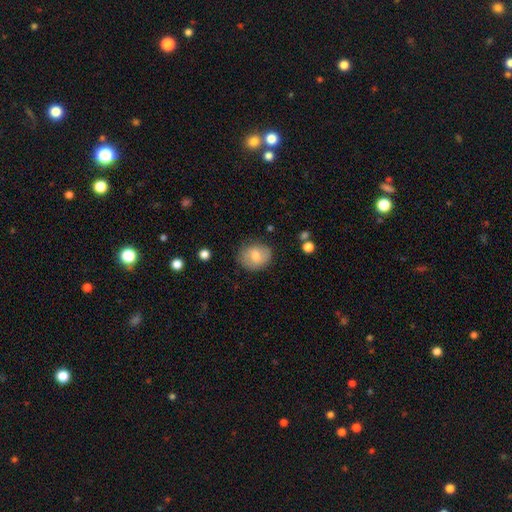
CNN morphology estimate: Q: Smooth or featured?
A: smooth (67%); runner-up: featured or disk (25%)
Q: How rounded?
A: round (66%); runner-up: in between (33%)
Q: Merging?
A: none (81%); runner-up: minor disturbance (14%)